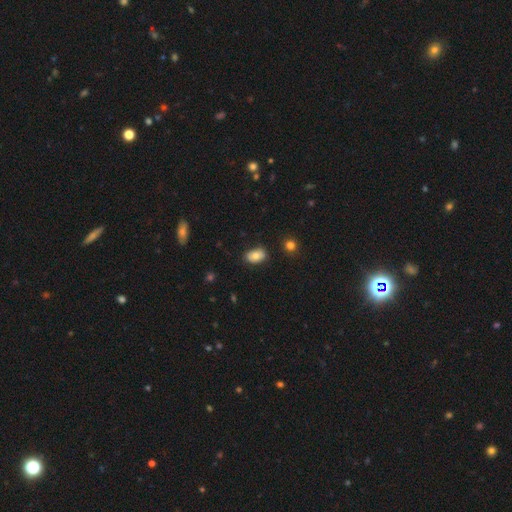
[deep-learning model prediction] A smooth galaxy with no disk features (76%) that is in between round and cigar-shaped (86%). Merging: none (80%).